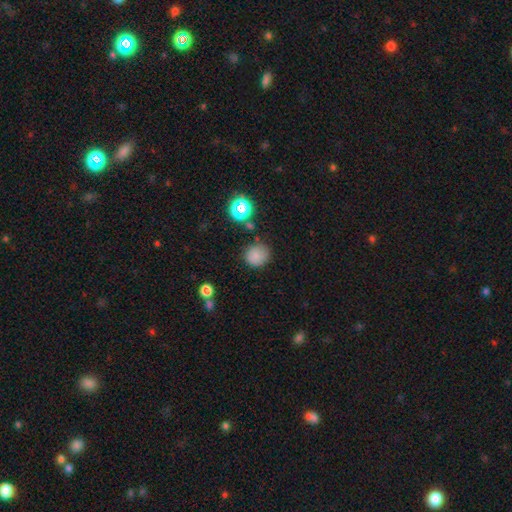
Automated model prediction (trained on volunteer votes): Smooth or featured?
  - smooth: 79% *
  - star or artifact: 15%
  - featured or disk: 6%
How rounded?
  - round: 88% *
  - in between: 11%
  - cigar-shaped: 1%
Merging?
  - none: 80% *
  - minor disturbance: 13%
  - merger: 4%
  - major disturbance: 4%